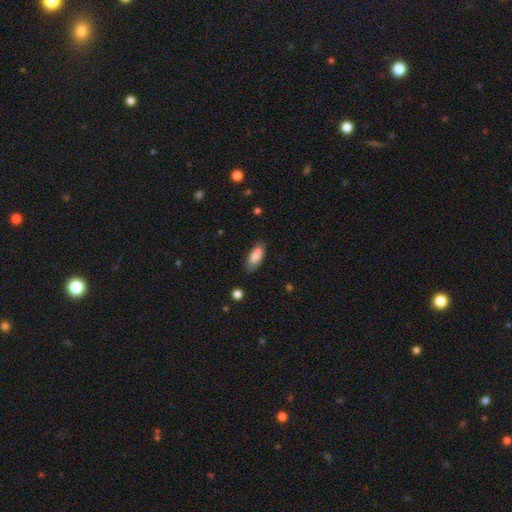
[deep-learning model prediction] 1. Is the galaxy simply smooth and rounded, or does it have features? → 83% smooth, 10% featured or disk, 7% star or artifact.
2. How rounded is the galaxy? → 82% in between, 15% cigar-shaped, 2% round.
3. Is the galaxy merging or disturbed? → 70% none, 23% minor disturbance, 5% major disturbance, 2% merger.